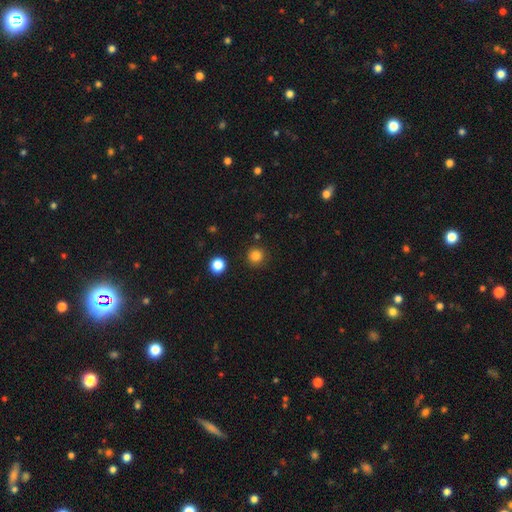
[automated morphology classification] smooth 83%, star or artifact 13%, featured or disk 4%. Down the decision tree: how rounded — round (95%); merging — none (90%).